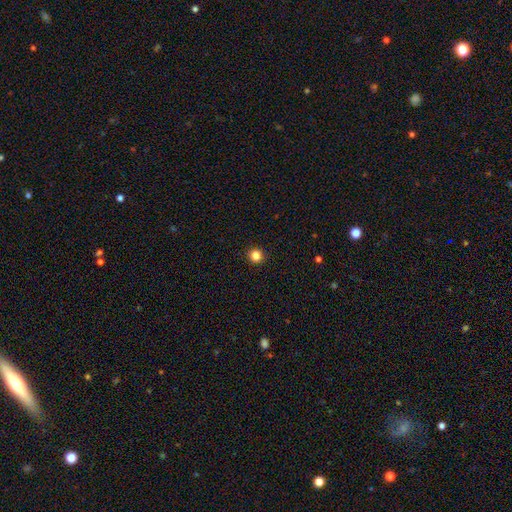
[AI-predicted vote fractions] Overall: smooth (84%). How rounded: round (95%). Merging: none (94%).